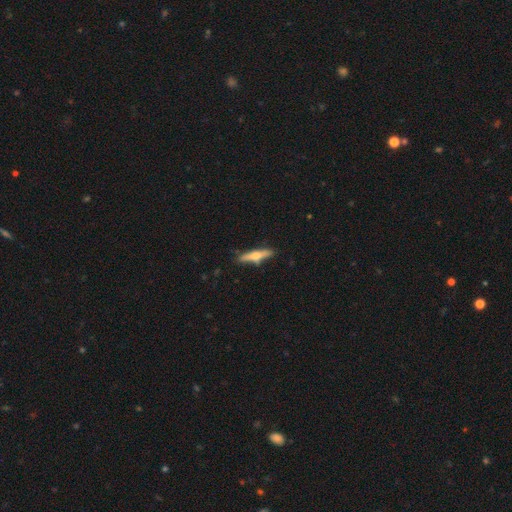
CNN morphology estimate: featured or disk 52%, smooth 42%, star or artifact 6%. Down the decision tree: edge-on disk — yes (94%); merging — none (84%).